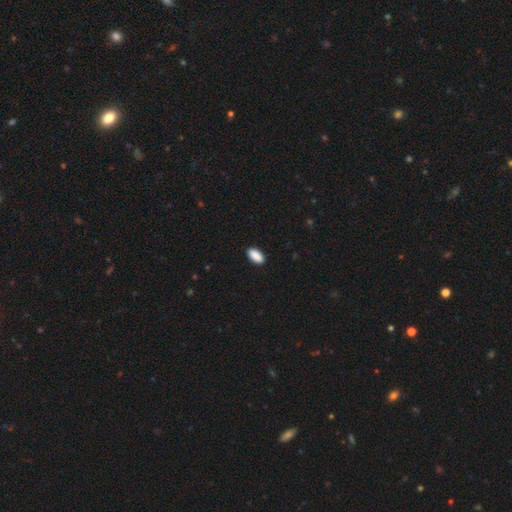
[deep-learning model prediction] smooth 91%, star or artifact 6%, featured or disk 3%. Down the decision tree: how rounded — in between (92%); merging — none (90%).